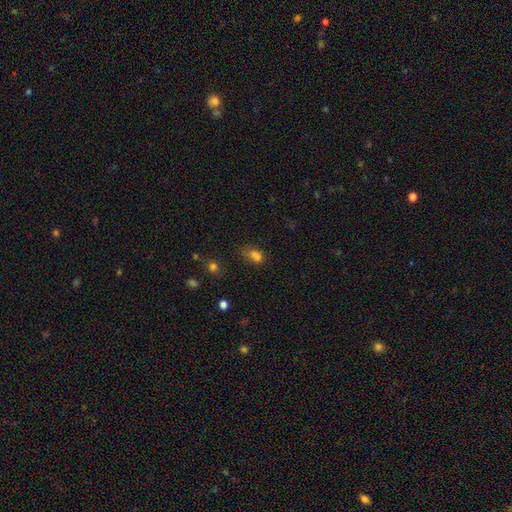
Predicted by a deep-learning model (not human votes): smooth 72%, star or artifact 18%, featured or disk 9%. Down the decision tree: how rounded — in between (74%); merging — none (37%).